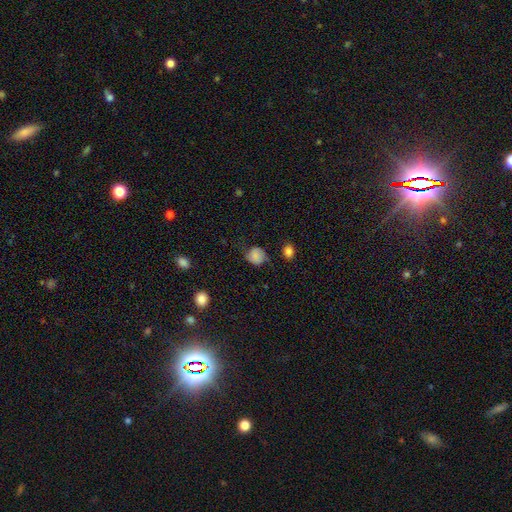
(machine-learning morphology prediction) Smooth or featured: smooth — 62% (featured or disk — 27%)
How rounded: round — 68% (in between — 31%)
Merging: none — 59% (minor disturbance — 27%)